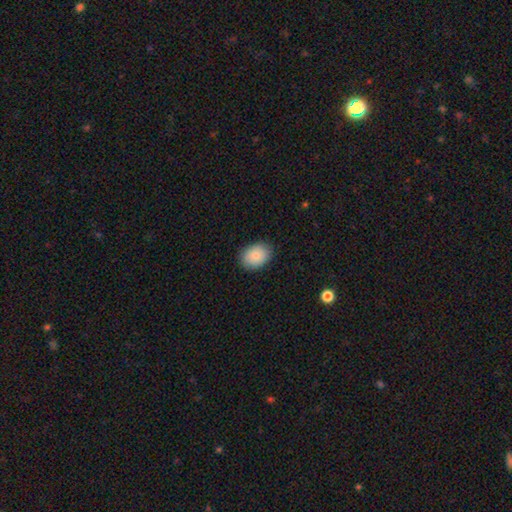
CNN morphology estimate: Overall: smooth (87%). How rounded: in between (76%). Merging: none (87%).